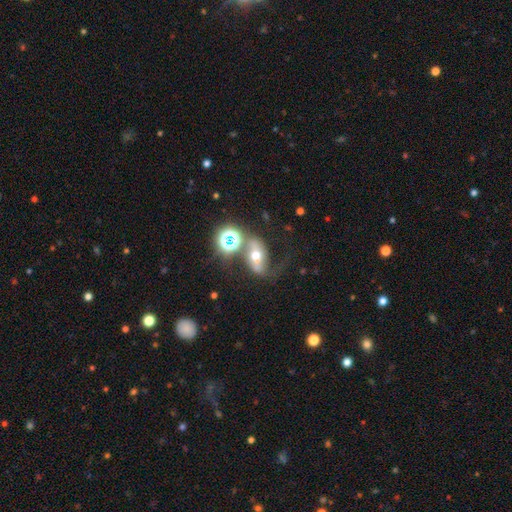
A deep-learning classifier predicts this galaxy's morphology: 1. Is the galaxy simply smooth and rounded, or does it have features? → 47% featured or disk, 34% smooth, 18% star or artifact.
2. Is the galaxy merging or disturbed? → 45% none, 20% major disturbance, 19% minor disturbance, 15% merger.